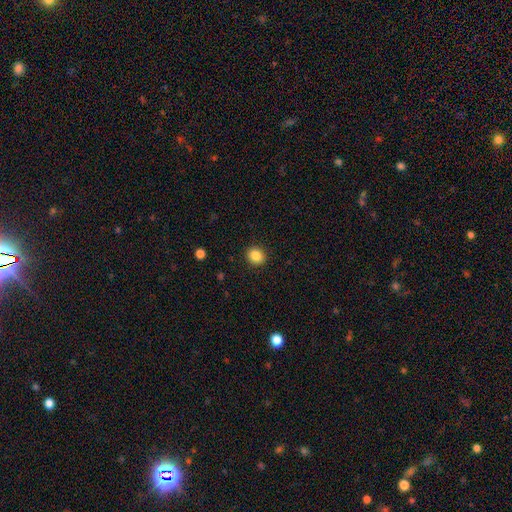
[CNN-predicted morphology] smooth_or_featured: smooth (p=0.86) [alt: star or artifact p=0.10]
how_rounded: round (p=0.78) [alt: in between p=0.21]
merging: none (p=0.91) [alt: minor disturbance p=0.06]